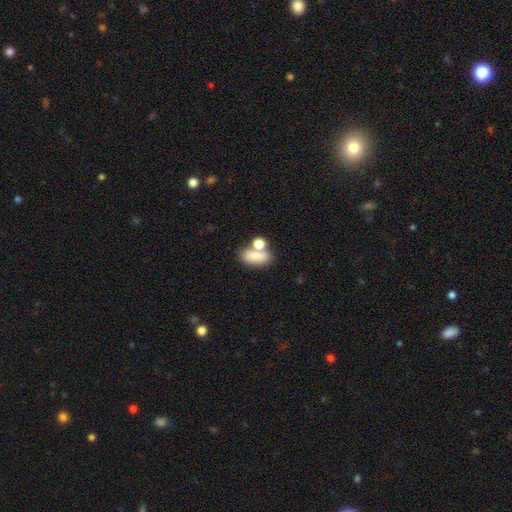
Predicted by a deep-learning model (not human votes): This is likely a smooth galaxy (75%). How rounded: clearly in between (81%). Merging: marginally merger (41%, tied with none).